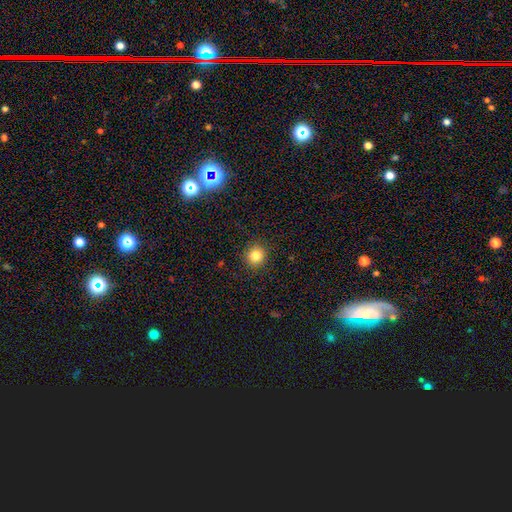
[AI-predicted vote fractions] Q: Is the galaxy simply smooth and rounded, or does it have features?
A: smooth — 82%.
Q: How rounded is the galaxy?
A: round — 89%.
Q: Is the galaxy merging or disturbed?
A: none — 91%.